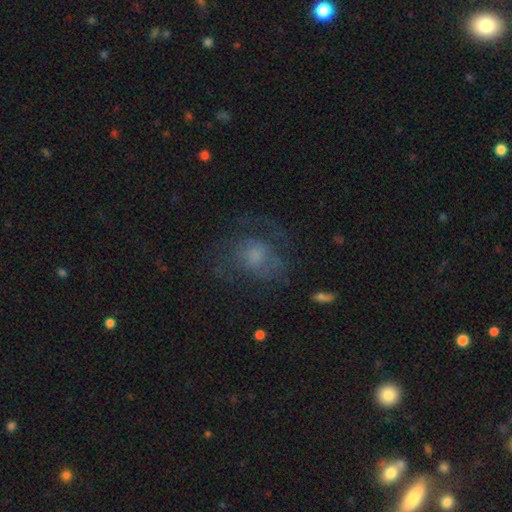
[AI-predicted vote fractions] smooth_or_featured: featured or disk (p=0.46) [alt: smooth p=0.41]
merging: none (p=0.50) [alt: major disturbance p=0.28]